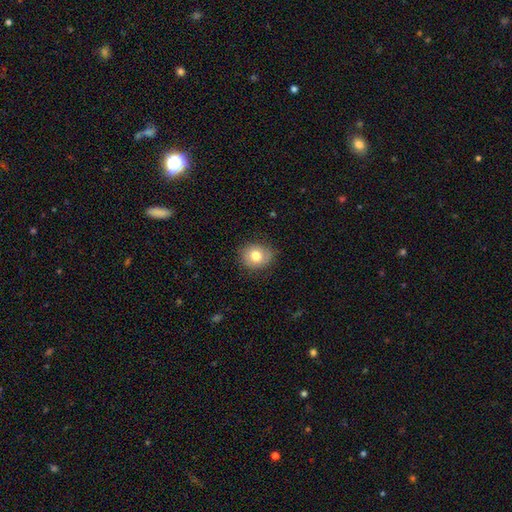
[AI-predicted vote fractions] This appears to be a smooth galaxy with no disk features (78%) that is round (72%). Merging: none (79%).